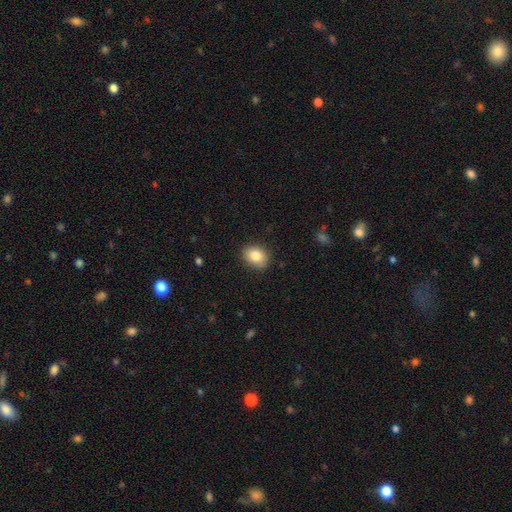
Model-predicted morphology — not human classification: The model was most divided on "how rounded": in between: 61%, round: 38%, cigar-shaped: 1%. More confident: merging — none (85%); smooth or featured — smooth (83%).